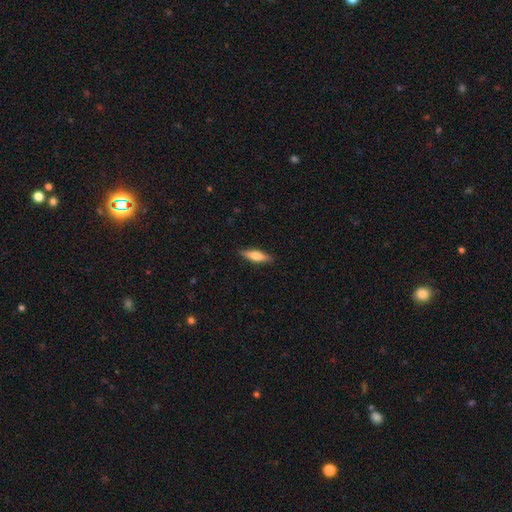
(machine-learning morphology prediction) Smooth or featured: smooth — 61% (featured or disk — 33%)
How rounded: cigar-shaped — 63% (in between — 35%)
Merging: none — 89% (minor disturbance — 8%)